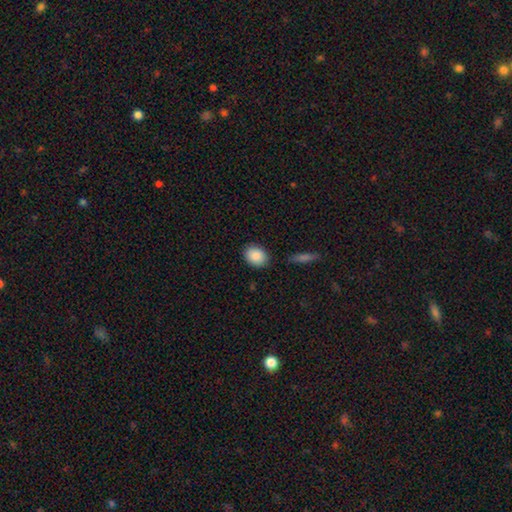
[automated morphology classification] smooth-or-featured: smooth: 89% | star or artifact: 7% | featured or disk: 4%
  how-rounded: in between: 53% | round: 46% | cigar-shaped: 1%
  merging: none: 86% | minor disturbance: 9% | merger: 3% | major disturbance: 2%